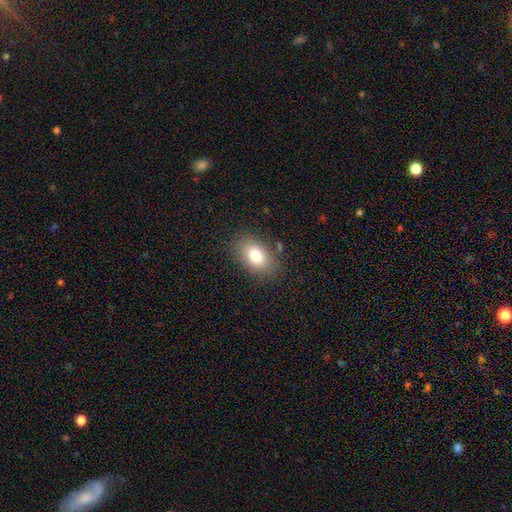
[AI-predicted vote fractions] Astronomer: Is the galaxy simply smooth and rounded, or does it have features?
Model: smooth — 79%.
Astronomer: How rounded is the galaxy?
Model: in between — 83%.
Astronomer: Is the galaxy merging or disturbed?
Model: none — 83%.